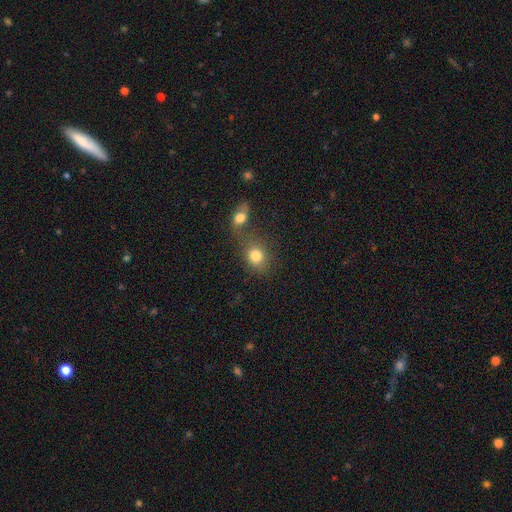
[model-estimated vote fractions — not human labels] This appears to be a smooth galaxy with no disk features (81%) that is round (59%). Merging: none (45%).